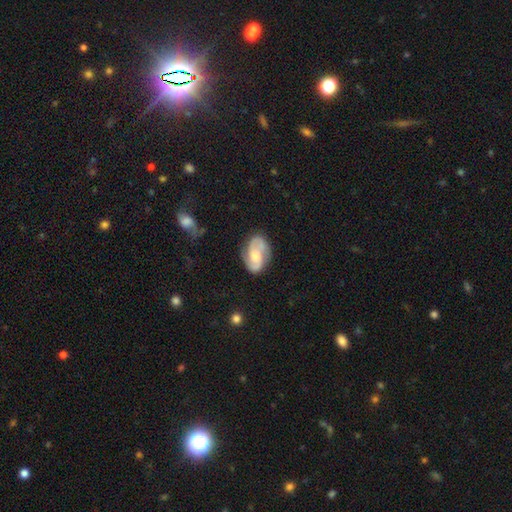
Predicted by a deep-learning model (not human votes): A featured or disk galaxy (77%) with no bar (54%), 2 (86%) medium (50%) spiral arms (94%) and a moderate central bulge (54%). Merging: none (74%).